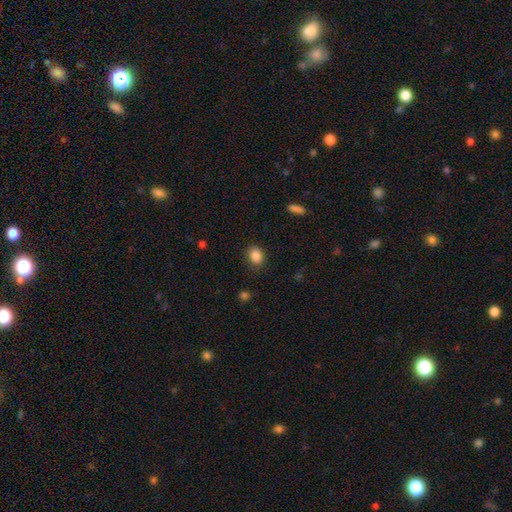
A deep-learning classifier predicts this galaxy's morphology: Smooth or featured? Predicted: smooth (p=0.86). How rounded? Predicted: round (p=0.51). Merging? Predicted: none (p=0.84).